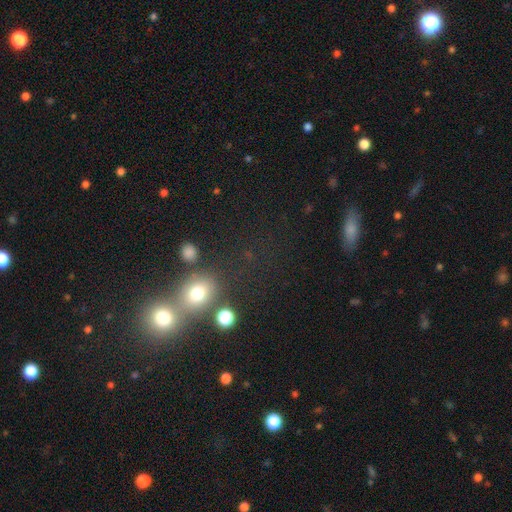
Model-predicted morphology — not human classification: The model was most divided on "smooth or featured": smooth: 49%, star or artifact: 40%, featured or disk: 12%. Remaining: merging — none (48%).